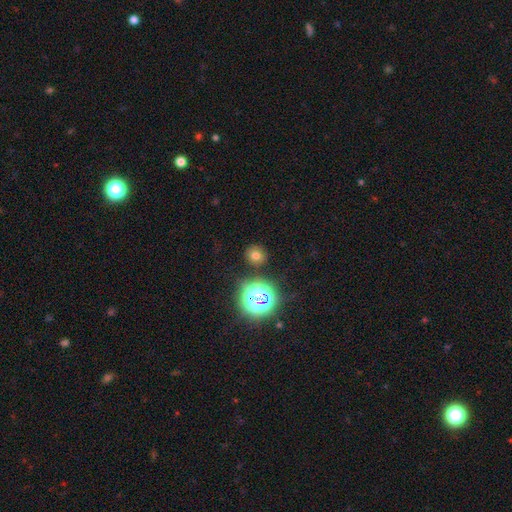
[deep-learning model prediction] Smooth or featured: smooth — 67% (star or artifact — 24%)
How rounded: round — 87% (in between — 12%)
Merging: none — 87% (minor disturbance — 7%)